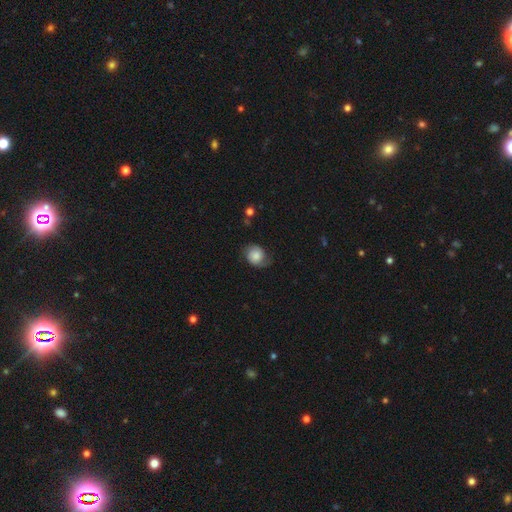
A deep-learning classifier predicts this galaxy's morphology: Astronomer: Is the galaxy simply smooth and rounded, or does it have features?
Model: smooth — 69%.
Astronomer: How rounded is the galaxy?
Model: round — 61% (runner-up: in between, 38%).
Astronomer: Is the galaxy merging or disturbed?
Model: none — 62%.